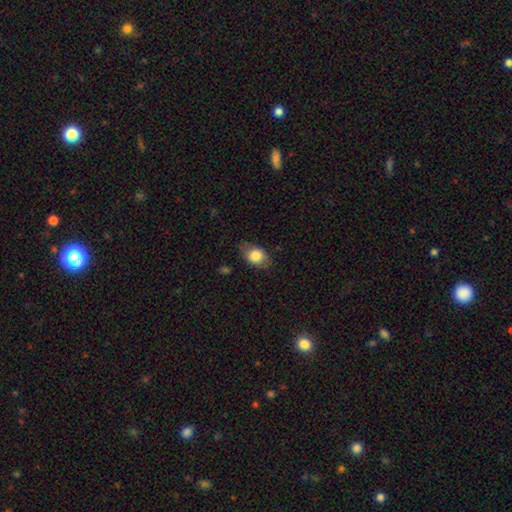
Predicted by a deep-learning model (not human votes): Smooth or featured?
  - smooth: 80% *
  - featured or disk: 13%
  - star or artifact: 7%
How rounded?
  - in between: 80% *
  - round: 19%
  - cigar-shaped: 2%
Merging?
  - none: 76% *
  - minor disturbance: 18%
  - major disturbance: 5%
  - merger: 1%